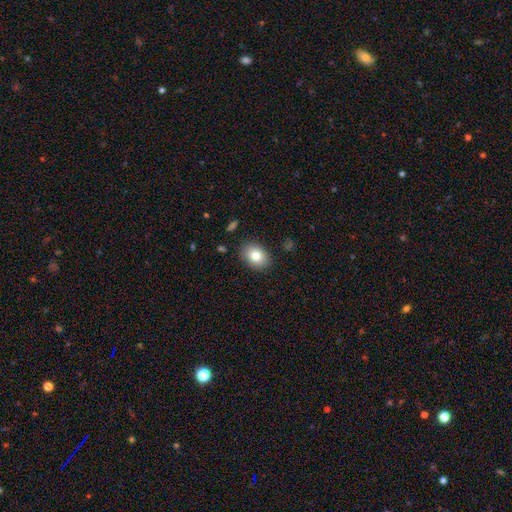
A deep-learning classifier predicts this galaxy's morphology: smooth_or_featured: smooth (p=0.82) [alt: featured or disk p=0.10]
how_rounded: in between (p=0.71) [alt: round p=0.28]
merging: none (p=0.87) [alt: minor disturbance p=0.10]